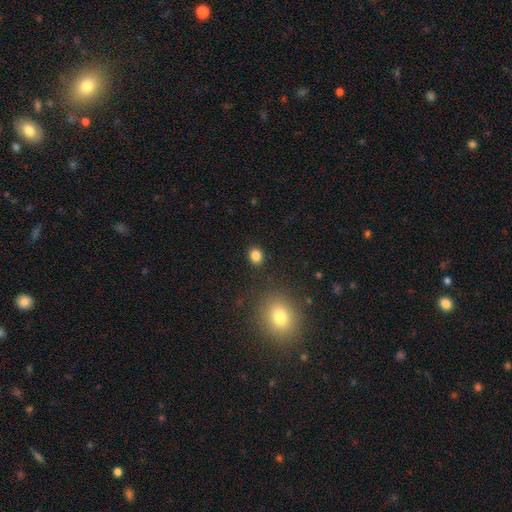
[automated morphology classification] type=smooth (84%); roundness=round (58%); merging=none (88%).